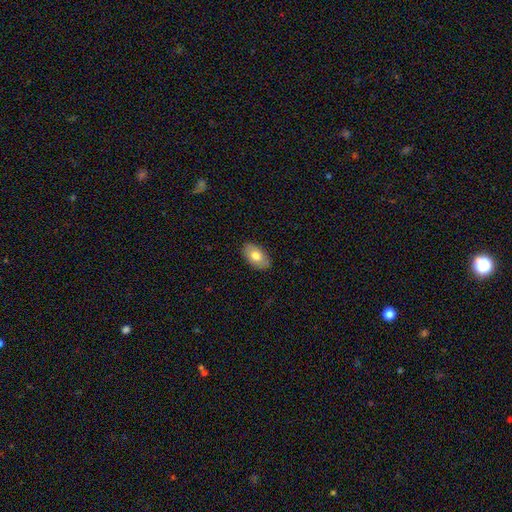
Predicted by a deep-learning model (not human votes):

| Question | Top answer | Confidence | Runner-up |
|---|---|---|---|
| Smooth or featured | smooth | 74% | featured or disk (20%) |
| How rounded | in between | 93% | round (6%) |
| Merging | none | 87% | minor disturbance (10%) |